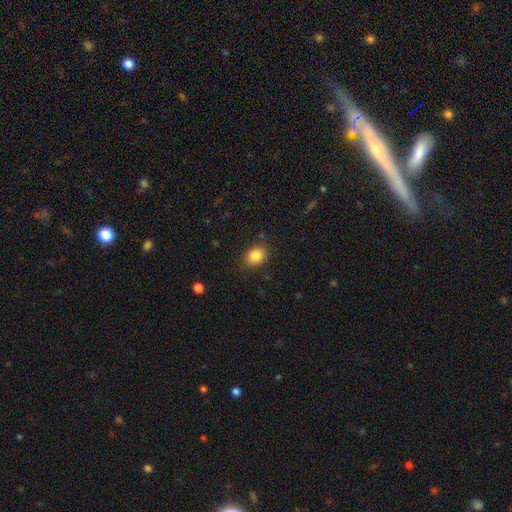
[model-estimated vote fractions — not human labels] Q: Smooth or featured?
A: smooth (85%); runner-up: star or artifact (10%)
Q: How rounded?
A: in between (53%); runner-up: round (46%)
Q: Merging?
A: none (85%); runner-up: minor disturbance (11%)